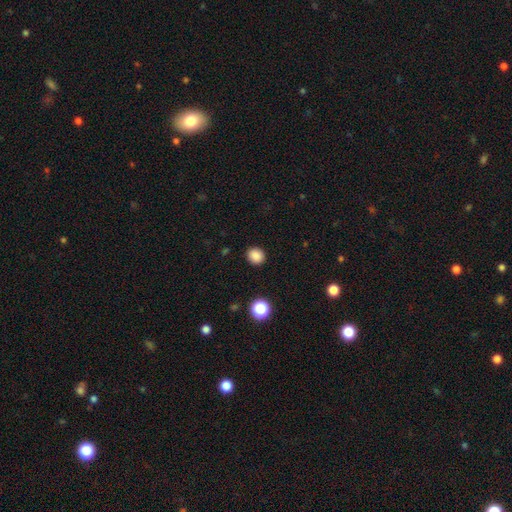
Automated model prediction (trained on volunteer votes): Overall: smooth (86%). How rounded: round (80%). Merging: none (90%).